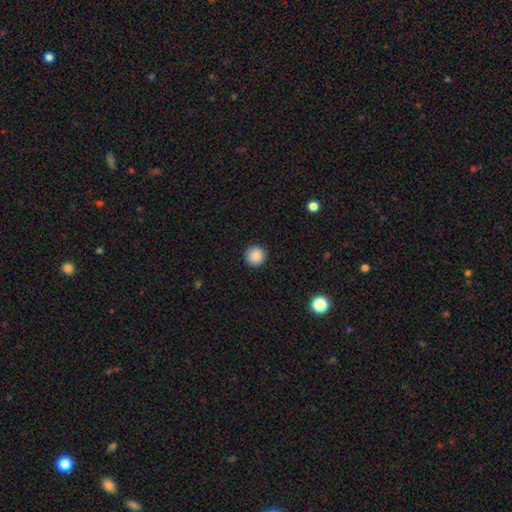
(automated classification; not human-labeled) Morphology: type=smooth (88%); roundness=round (96%); merging=none (93%).